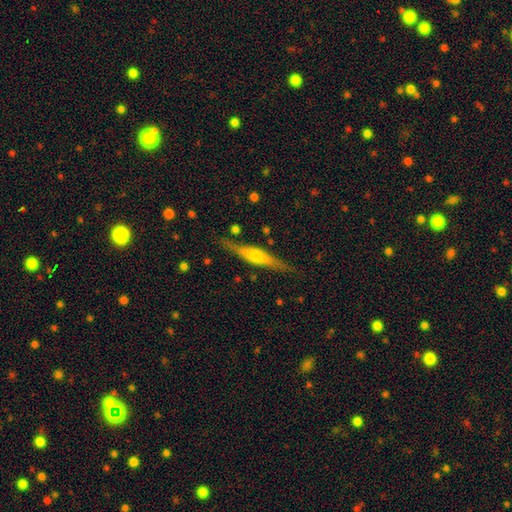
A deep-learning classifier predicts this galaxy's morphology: This appears to be a featured or disk galaxy (67%) viewed edge-on (95%) with a rounded central bulge (84%). Merging: none (83%).